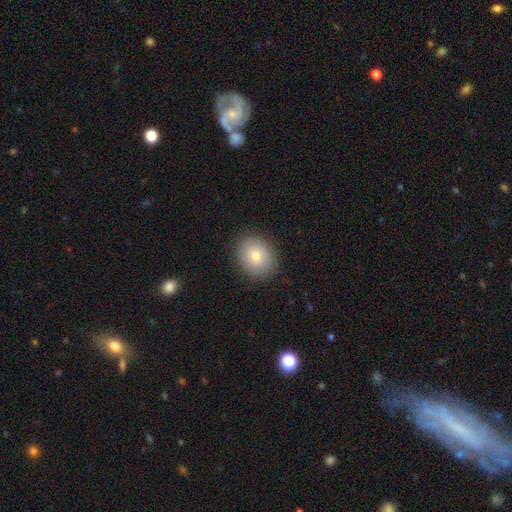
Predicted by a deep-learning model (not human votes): smooth-or-featured: smooth: 76% | featured or disk: 15% | star or artifact: 9%
  how-rounded: round: 63% | in between: 36% | cigar-shaped: 1%
  merging: none: 87% | minor disturbance: 9% | major disturbance: 3% | merger: 1%